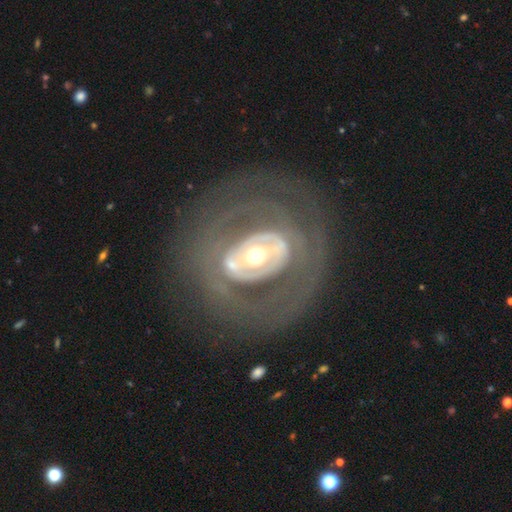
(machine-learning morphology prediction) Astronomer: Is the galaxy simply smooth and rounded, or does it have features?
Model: featured or disk — 80%.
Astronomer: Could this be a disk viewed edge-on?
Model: no — 95%.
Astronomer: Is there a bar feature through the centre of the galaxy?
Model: no — 43% (runner-up: strong, 29%).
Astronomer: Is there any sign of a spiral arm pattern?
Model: no — 50%, tied with yes at 50%.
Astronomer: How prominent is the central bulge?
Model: moderate — 64%.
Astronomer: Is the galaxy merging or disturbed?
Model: none — 71%.